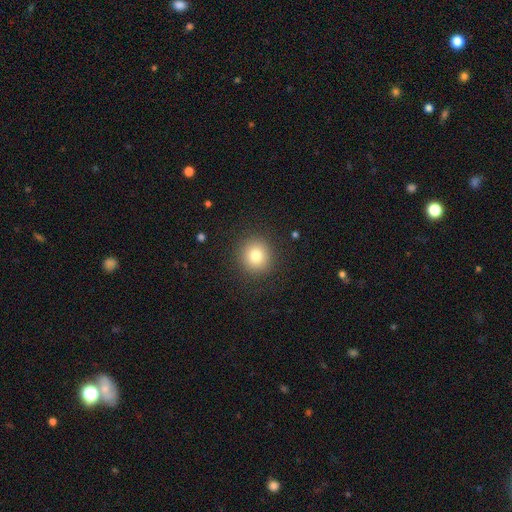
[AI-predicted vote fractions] Q: Smooth or featured?
A: smooth (80%); runner-up: star or artifact (11%)
Q: How rounded?
A: round (92%); runner-up: in between (7%)
Q: Merging?
A: none (90%); runner-up: minor disturbance (6%)